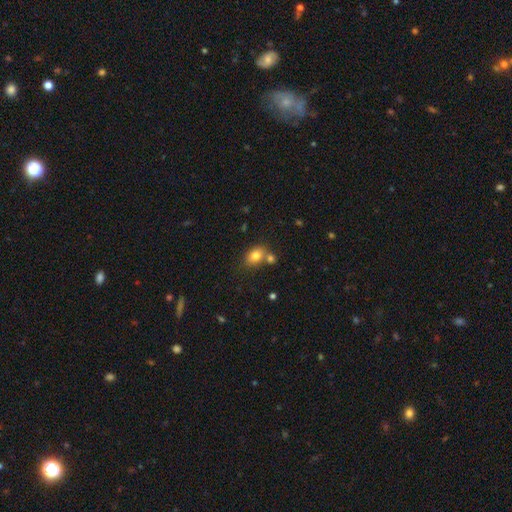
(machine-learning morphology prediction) Q: Smooth or featured?
A: smooth (80%); runner-up: star or artifact (10%)
Q: How rounded?
A: in between (68%); runner-up: round (30%)
Q: Merging?
A: none (56%); runner-up: merger (27%)